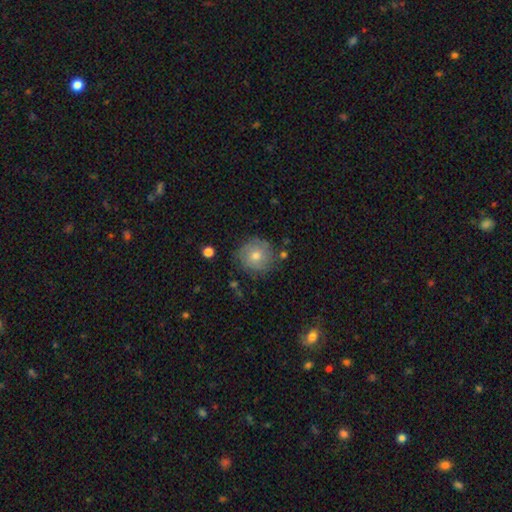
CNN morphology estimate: Smooth or featured?
  - smooth: 54% *
  - featured or disk: 36%
  - star or artifact: 10%
How rounded?
  - round: 91% *
  - in between: 8%
  - cigar-shaped: 1%
Merging?
  - none: 79% *
  - minor disturbance: 14%
  - major disturbance: 4%
  - merger: 2%